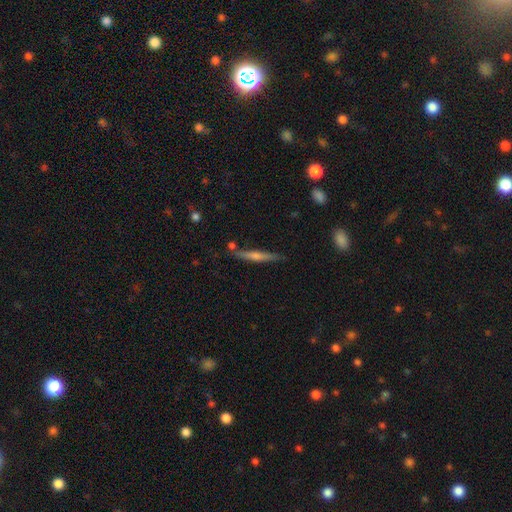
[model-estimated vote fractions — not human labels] A featured or disk galaxy (64%) viewed edge-on (96%) with a rounded central bulge (75%).

Vote fractions:
- Smooth or featured? featured or disk: 64% / smooth: 28% / star or artifact: 8%
- Edge-on disk? yes: 96% / no: 4%
- Edge-on bulge? rounded: 75% / none: 17% / boxy: 8%
- Merging? none: 84% / minor disturbance: 11% / merger: 3% / major disturbance: 2%